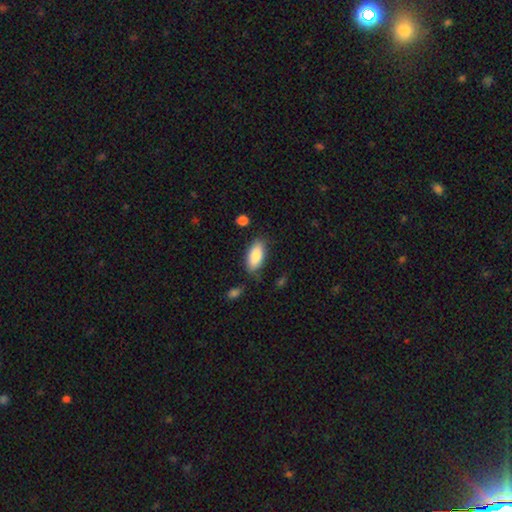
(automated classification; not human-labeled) Smooth or featured? smooth (85%)
How rounded? in between (88%)
Merging? none (77%)